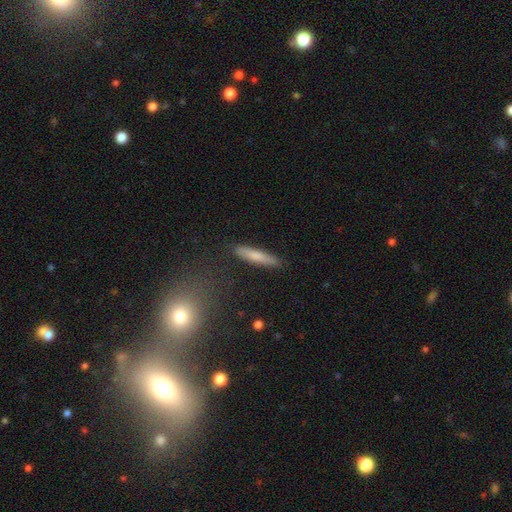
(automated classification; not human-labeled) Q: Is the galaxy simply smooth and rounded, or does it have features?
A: smooth — 73%.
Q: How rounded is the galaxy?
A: cigar-shaped — 89%.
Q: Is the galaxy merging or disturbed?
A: none — 88%.